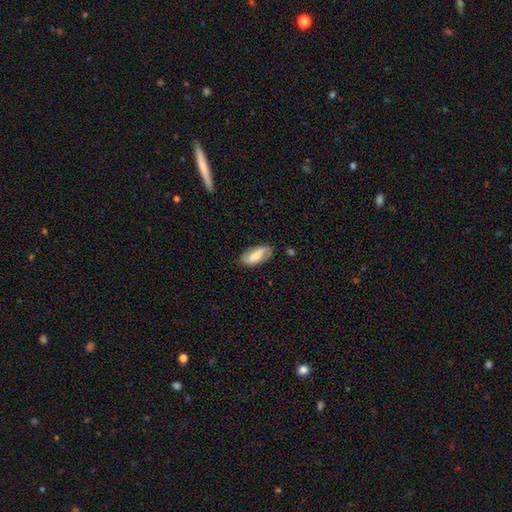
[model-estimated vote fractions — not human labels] A smooth galaxy with no disk features (56%) that is in between round and cigar-shaped (87%). Merging: none (77%).